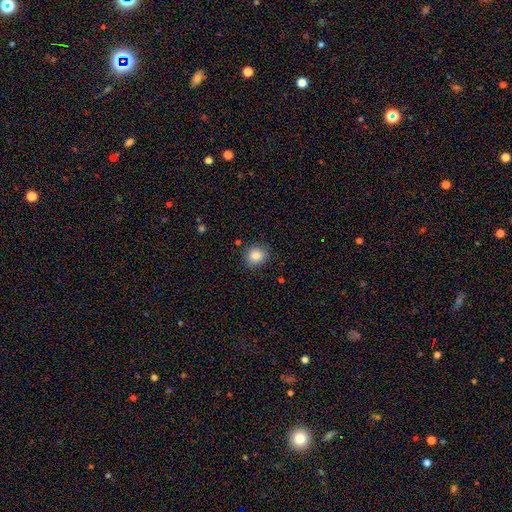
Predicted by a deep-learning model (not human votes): smooth_or_featured: smooth (p=0.83) [alt: star or artifact p=0.10]
how_rounded: round (p=0.85) [alt: in between p=0.14]
merging: none (p=0.87) [alt: minor disturbance p=0.09]